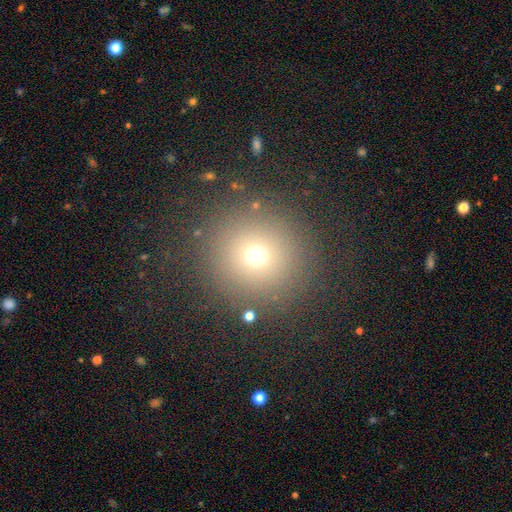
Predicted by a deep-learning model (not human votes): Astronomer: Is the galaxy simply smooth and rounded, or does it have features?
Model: smooth — 68%.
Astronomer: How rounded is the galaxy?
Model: round — 94%.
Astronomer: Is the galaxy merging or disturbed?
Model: none — 87%.